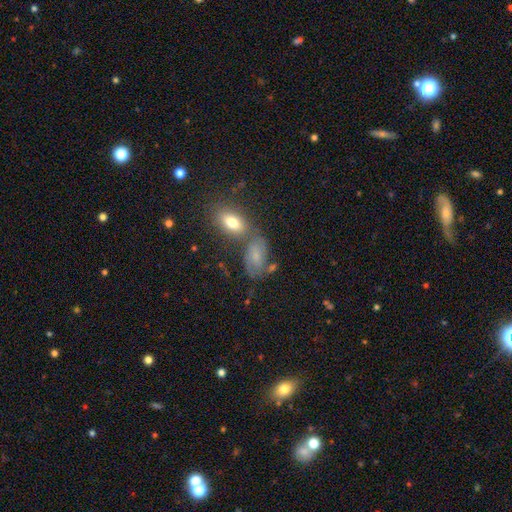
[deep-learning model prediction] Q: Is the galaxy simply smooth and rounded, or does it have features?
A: smooth — 46%.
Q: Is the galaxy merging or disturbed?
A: none — 51%.